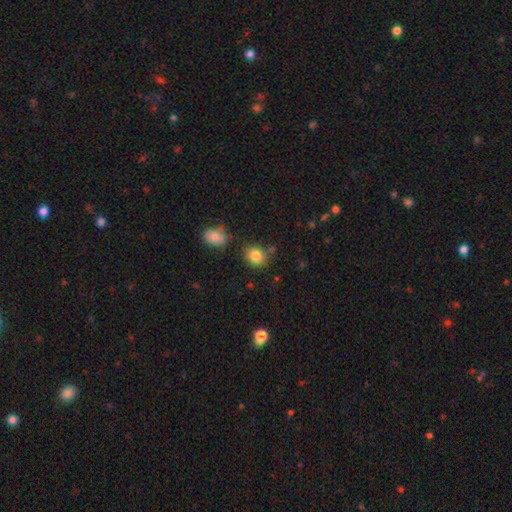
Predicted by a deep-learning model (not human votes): smooth 84%, star or artifact 10%, featured or disk 6%. Down the decision tree: how rounded — round (66%); merging — none (75%).